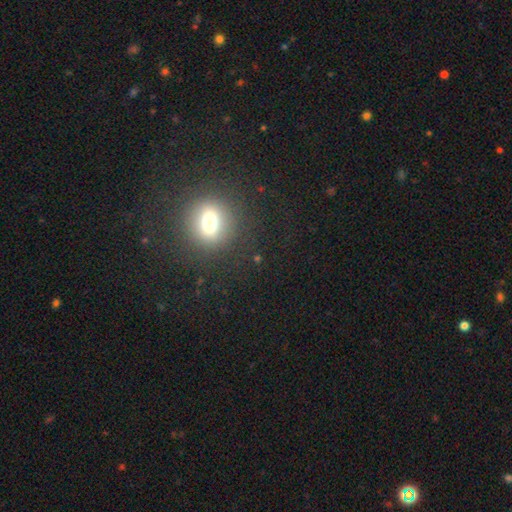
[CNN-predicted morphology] Smooth or featured? smooth (64%)
How rounded? round (60%)
Merging? none (89%)